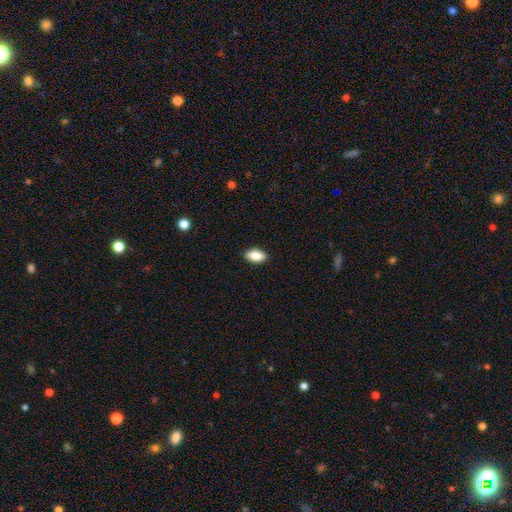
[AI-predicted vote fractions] This is clearly a smooth galaxy (87%). How rounded: clearly in between (91%). Merging: clearly none (89%).